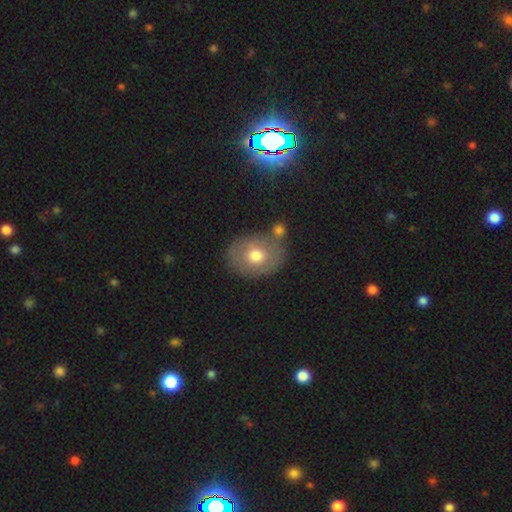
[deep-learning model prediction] Smooth or featured? Predicted: smooth (p=0.66). How rounded? Predicted: in between (p=0.56). Merging? Predicted: none (p=0.60).